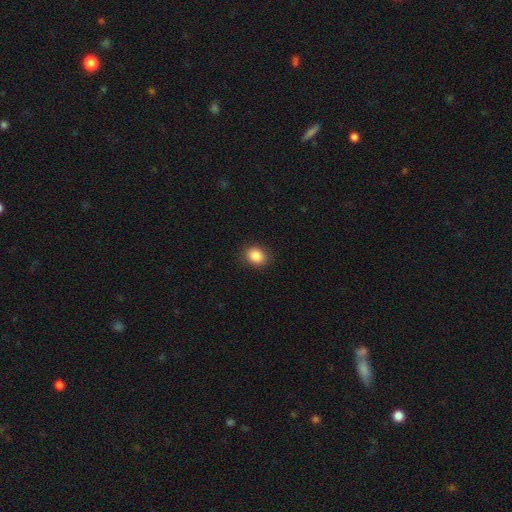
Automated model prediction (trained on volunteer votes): Q: Smooth or featured?
A: smooth (87%); runner-up: star or artifact (9%)
Q: How rounded?
A: in between (55%); runner-up: round (44%)
Q: Merging?
A: none (88%); runner-up: minor disturbance (8%)